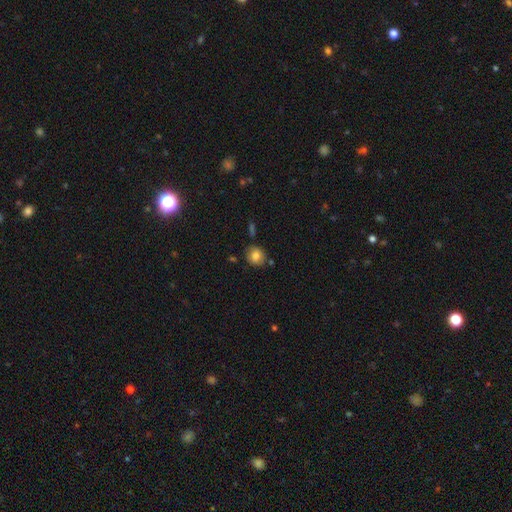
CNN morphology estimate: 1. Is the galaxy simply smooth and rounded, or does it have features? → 81% smooth, 9% star or artifact, 9% featured or disk.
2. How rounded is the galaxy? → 81% round, 18% in between, 1% cigar-shaped.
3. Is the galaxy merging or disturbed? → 80% none, 12% minor disturbance, 5% merger, 3% major disturbance.